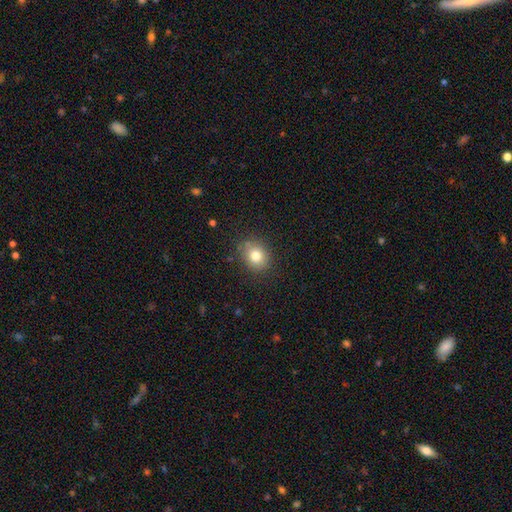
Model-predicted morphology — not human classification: smooth 80%, star or artifact 10%, featured or disk 9%. Down the decision tree: how rounded — round (59%); merging — none (80%).